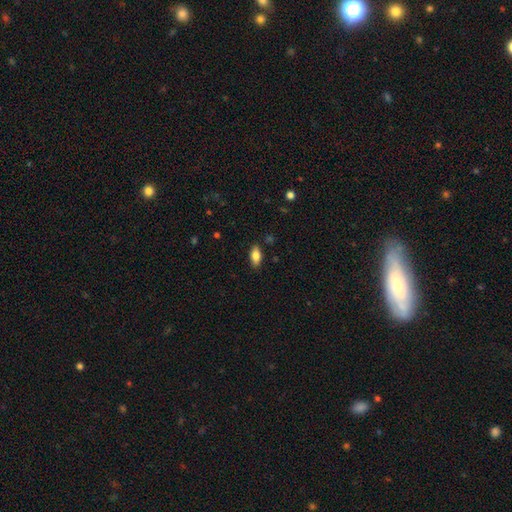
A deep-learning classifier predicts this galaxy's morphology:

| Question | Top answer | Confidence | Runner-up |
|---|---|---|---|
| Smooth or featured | smooth | 81% | featured or disk (12%) |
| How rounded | in between | 88% | cigar-shaped (9%) |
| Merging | none | 86% | minor disturbance (10%) |